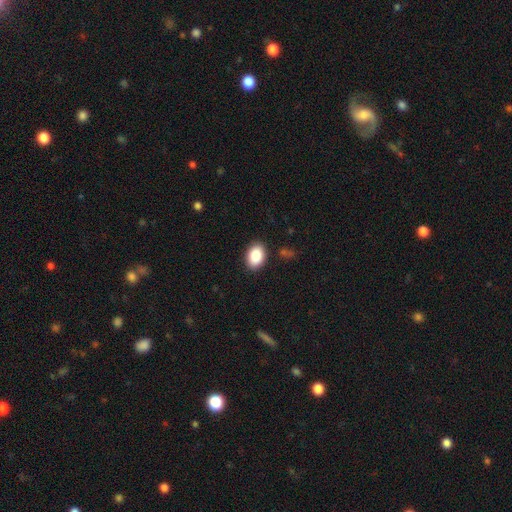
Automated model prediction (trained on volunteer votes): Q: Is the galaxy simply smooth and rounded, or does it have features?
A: smooth — 88%.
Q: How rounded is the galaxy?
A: in between — 83%.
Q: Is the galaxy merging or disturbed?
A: none — 88%.